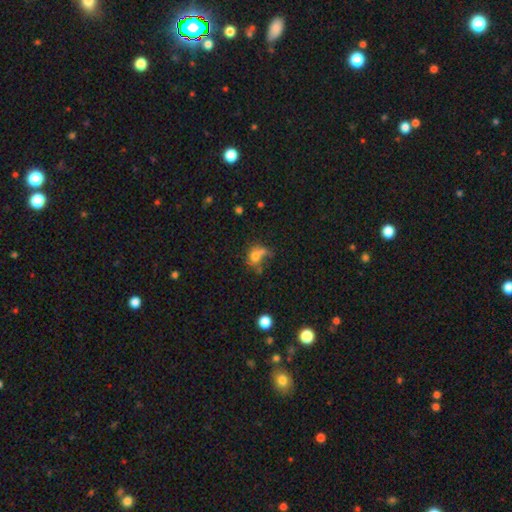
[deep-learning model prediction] This appears to be a smooth galaxy with no disk features (63%) that is round (51%). Merging: merger (32%).